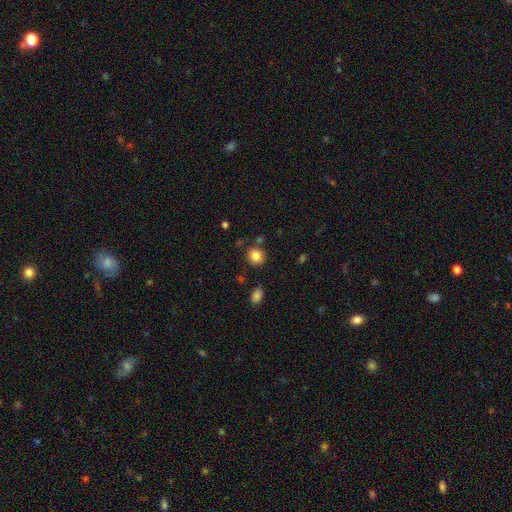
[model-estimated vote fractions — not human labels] This appears to be a smooth galaxy with no disk features (84%) that is round (87%). Merging: none (83%).